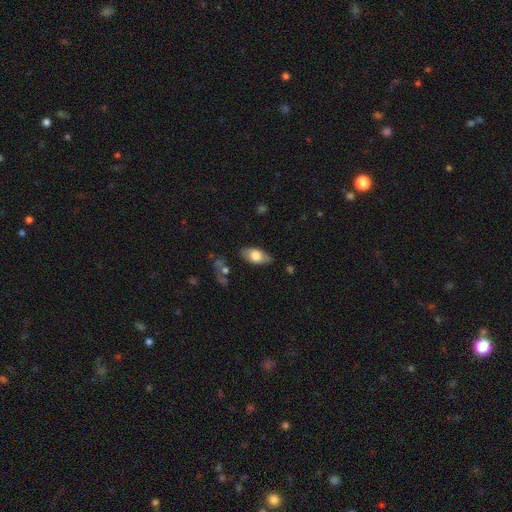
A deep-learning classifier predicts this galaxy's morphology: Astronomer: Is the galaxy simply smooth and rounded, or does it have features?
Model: smooth — 69%.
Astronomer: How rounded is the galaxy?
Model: in between — 90%.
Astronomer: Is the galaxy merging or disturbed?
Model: none — 77%.